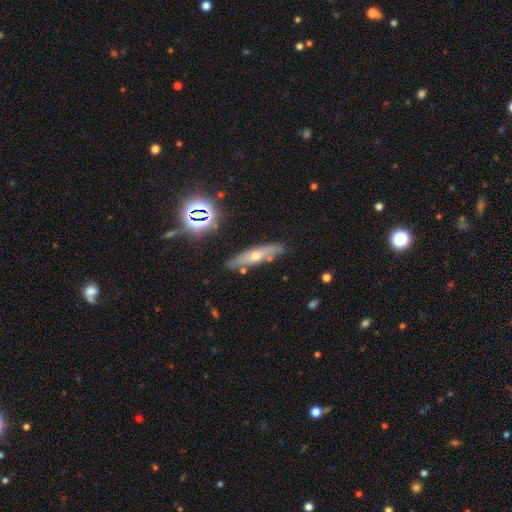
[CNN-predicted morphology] featured or disk 50%, smooth 36%, star or artifact 13%. Down the decision tree: edge-on disk — yes (68%); merging — none (79%).